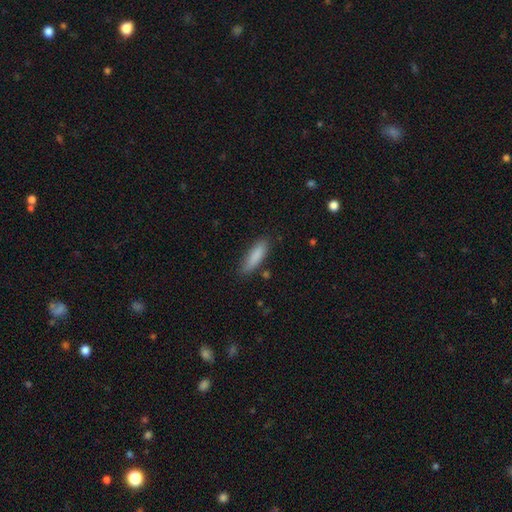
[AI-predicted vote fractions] The model was most divided on "how rounded": cigar-shaped: 54%, in between: 44%, round: 2%. More confident: smooth or featured — smooth (87%); merging — none (81%).